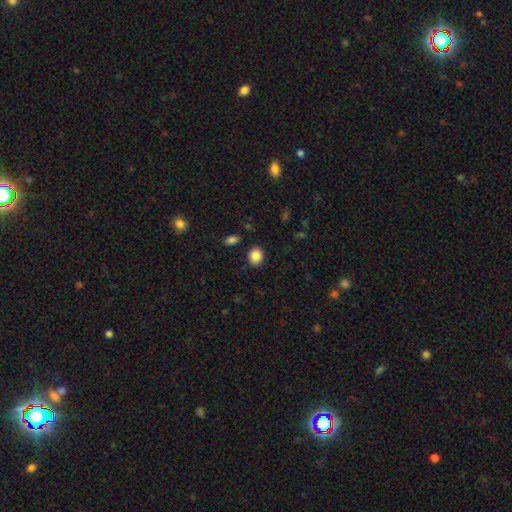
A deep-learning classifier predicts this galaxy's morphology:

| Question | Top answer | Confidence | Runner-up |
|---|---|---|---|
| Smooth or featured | smooth | 86% | star or artifact (9%) |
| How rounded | round | 50% | in between (49%) |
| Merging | none | 87% | minor disturbance (9%) |